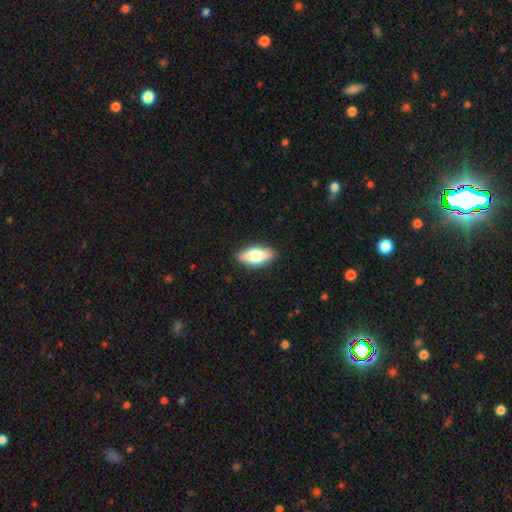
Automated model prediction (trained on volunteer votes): Smooth or featured: smooth — 72% (featured or disk — 22%)
How rounded: in between — 81% (cigar-shaped — 16%)
Merging: none — 89% (minor disturbance — 9%)